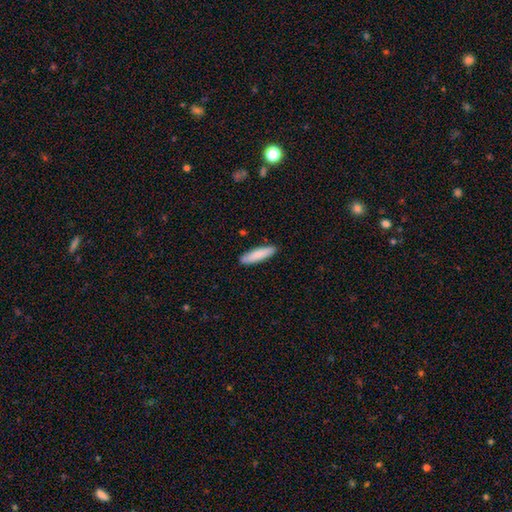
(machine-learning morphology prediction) type=smooth (86%); roundness=cigar-shaped (69%); merging=none (89%).